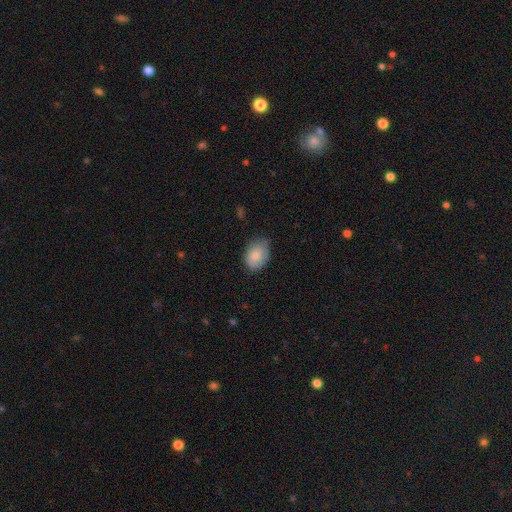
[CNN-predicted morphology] type=smooth (79%); roundness=in between (75%); merging=none (61%).